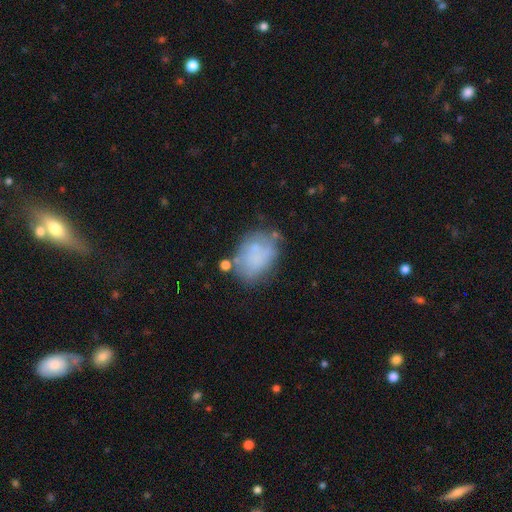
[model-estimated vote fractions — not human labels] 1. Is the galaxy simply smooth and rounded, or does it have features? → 64% smooth, 24% featured or disk, 12% star or artifact.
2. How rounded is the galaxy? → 72% in between, 26% round, 1% cigar-shaped.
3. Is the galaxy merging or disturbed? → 56% none, 24% minor disturbance, 11% major disturbance, 9% merger.